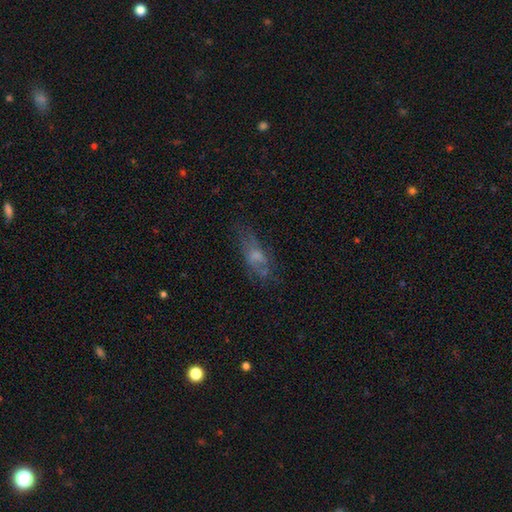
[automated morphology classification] smooth-or-featured: smooth: 44% | featured or disk: 41% | star or artifact: 15%
  merging: none: 55% | minor disturbance: 23% | major disturbance: 18% | merger: 3%